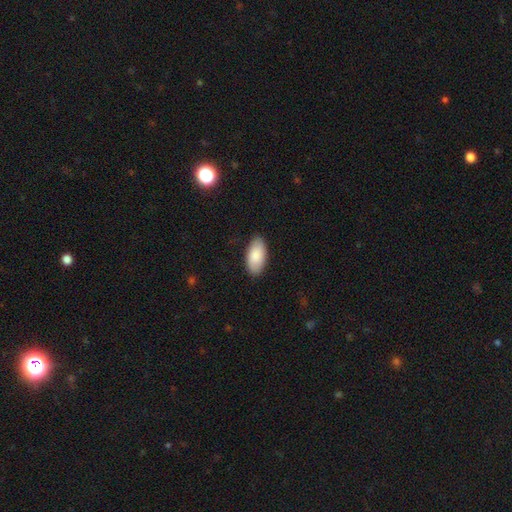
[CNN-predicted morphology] Smooth or featured? smooth (87%)
How rounded? in between (95%)
Merging? none (87%)